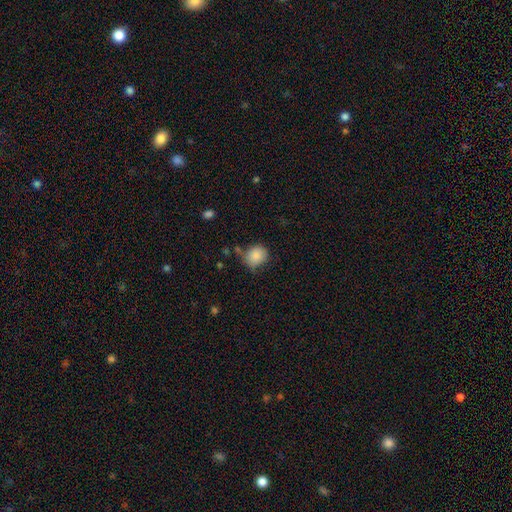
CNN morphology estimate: A smooth galaxy with no disk features (86%) that is round (69%).

Vote fractions:
- Smooth or featured? smooth: 86% / star or artifact: 9% / featured or disk: 6%
- How rounded? round: 69% / in between: 30% / cigar-shaped: 1%
- Merging? none: 62% / minor disturbance: 27% / major disturbance: 6% / merger: 5%